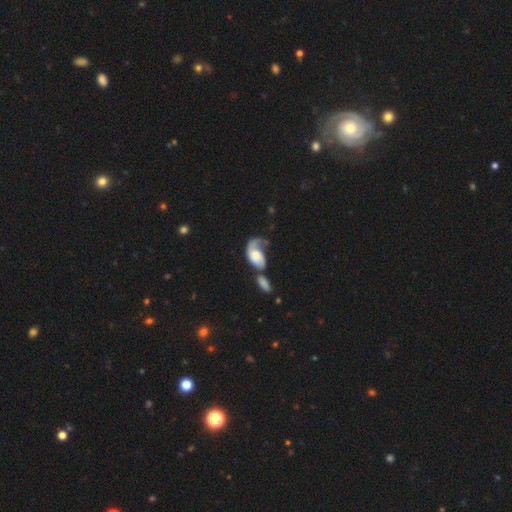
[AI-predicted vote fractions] Overall: featured or disk (58%; smooth 36%). Edge-on disk: no (96%). Bar: no (67%). Spiral arms: yes (85%). Bulge size: moderate (31%; large 27%). Merging: merger (39%; major disturbance 29%).